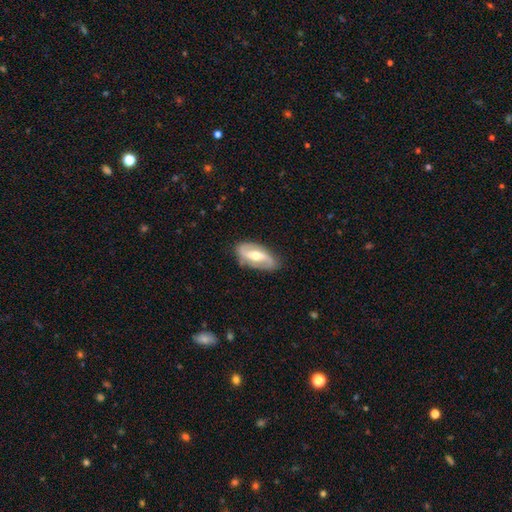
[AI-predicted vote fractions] Overall: featured or disk (78%). Edge-on disk: no (93%). Bar: weak (39%; strong 35%). Spiral arms: yes (88%). Spiral arm count: 2 (89%). Spiral winding: loose (45%; medium 37%). Bulge size: moderate (67%). Merging: none (81%).